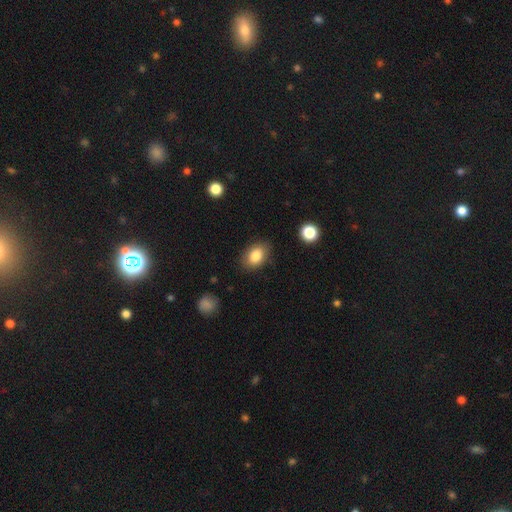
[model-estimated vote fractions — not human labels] Overall: smooth (83%). How rounded: in between (82%). Merging: none (82%).